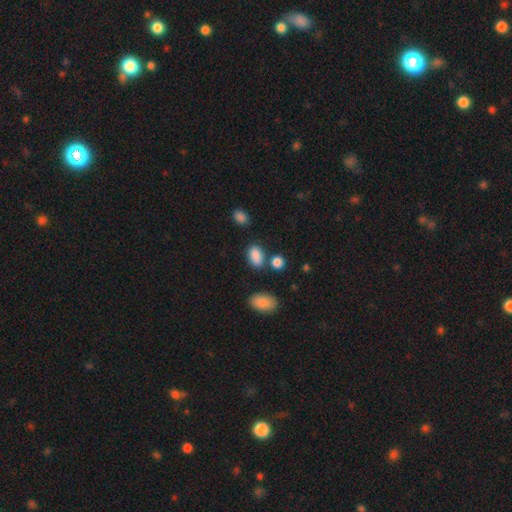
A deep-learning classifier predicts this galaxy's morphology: Overall: smooth (86%). How rounded: in between (88%). Merging: none (75%).